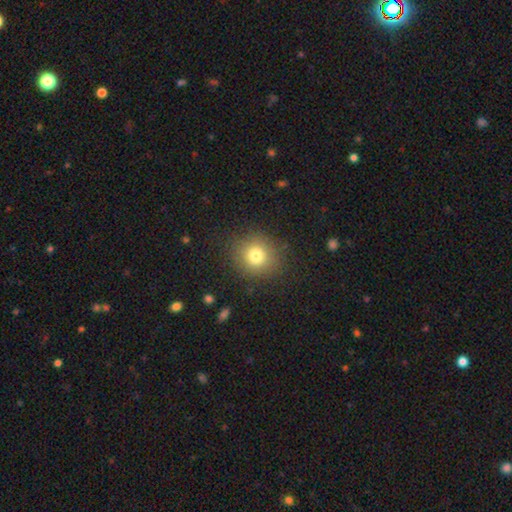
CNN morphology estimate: Smooth or featured? Predicted: smooth (p=0.77). How rounded? Predicted: round (p=0.89). Merging? Predicted: none (p=0.86).